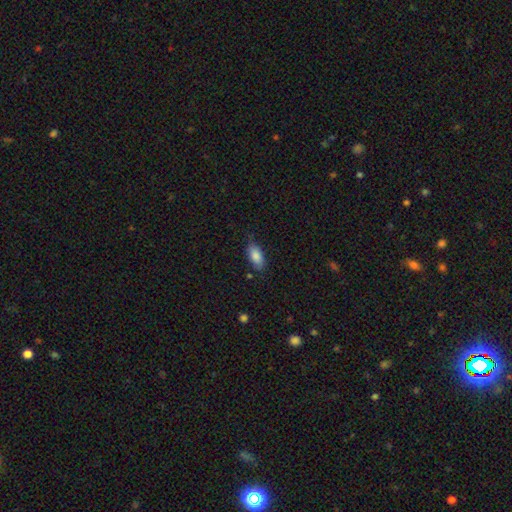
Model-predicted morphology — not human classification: A smooth galaxy with no disk features (85%) that is in between round and cigar-shaped (90%).

Vote fractions:
- Smooth or featured? smooth: 85% / featured or disk: 8% / star or artifact: 7%
- How rounded? in between: 90% / cigar-shaped: 7% / round: 3%
- Merging? none: 74% / minor disturbance: 20% / major disturbance: 4% / merger: 2%